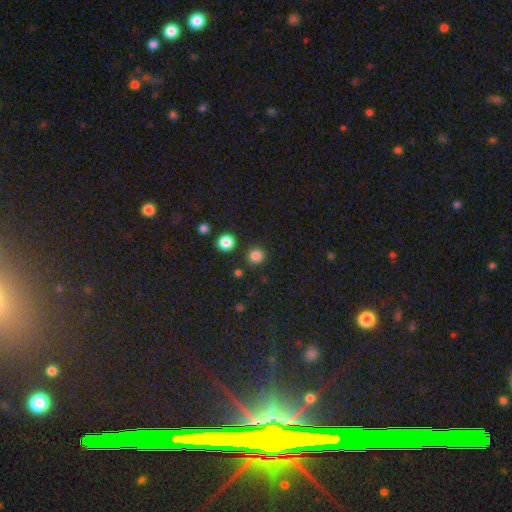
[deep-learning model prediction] smooth 84%, star or artifact 13%, featured or disk 3%. Down the decision tree: how rounded — round (89%); merging — none (87%).